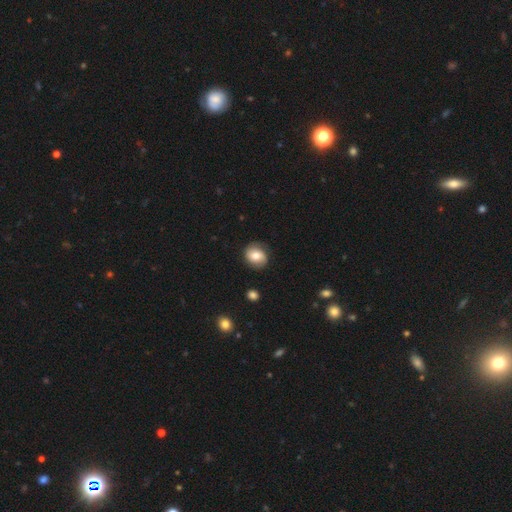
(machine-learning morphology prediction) Smooth or featured? smooth (59%)
How rounded? round (73%)
Merging? none (81%)